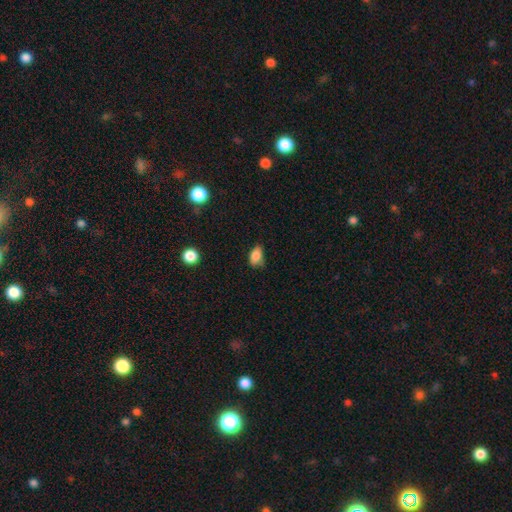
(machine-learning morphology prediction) The model was most divided on "merging": none: 60%, minor disturbance: 32%, major disturbance: 6%, merger: 2%. More confident: how rounded — in between (85%); smooth or featured — smooth (84%).